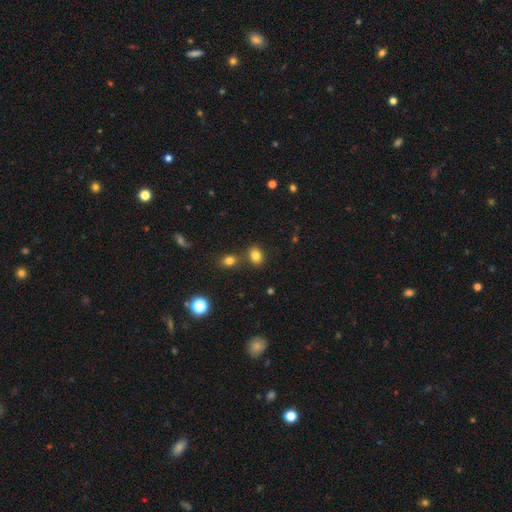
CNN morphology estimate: Smooth or featured: smooth — 82% (star or artifact — 12%)
How rounded: in between — 65% (round — 34%)
Merging: none — 73% (merger — 14%)